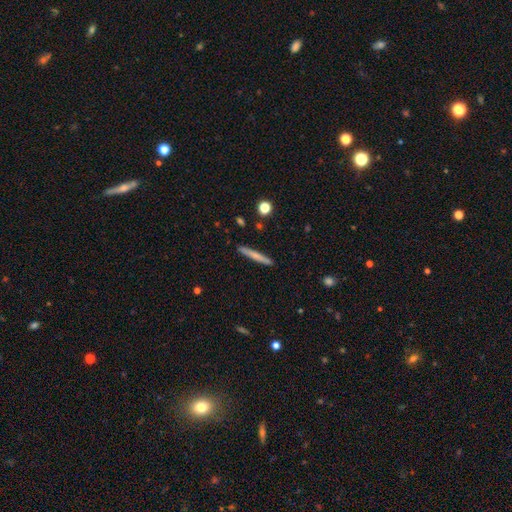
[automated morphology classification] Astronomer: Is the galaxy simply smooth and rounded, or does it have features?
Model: smooth — 66%.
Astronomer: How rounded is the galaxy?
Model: cigar-shaped — 96%.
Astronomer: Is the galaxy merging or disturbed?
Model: none — 90%.